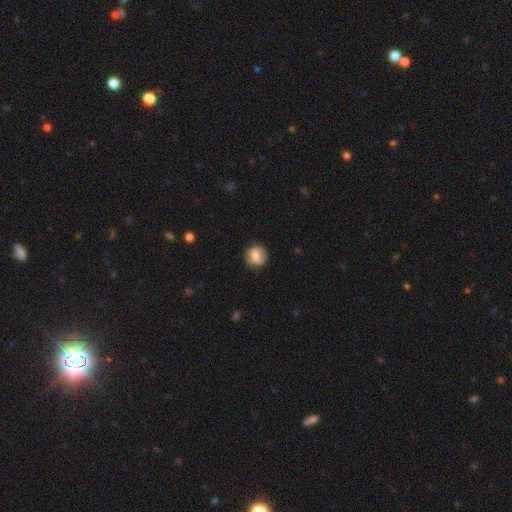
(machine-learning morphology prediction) This appears to be a smooth galaxy with no disk features (71%) that is round (83%). Merging: none (82%).